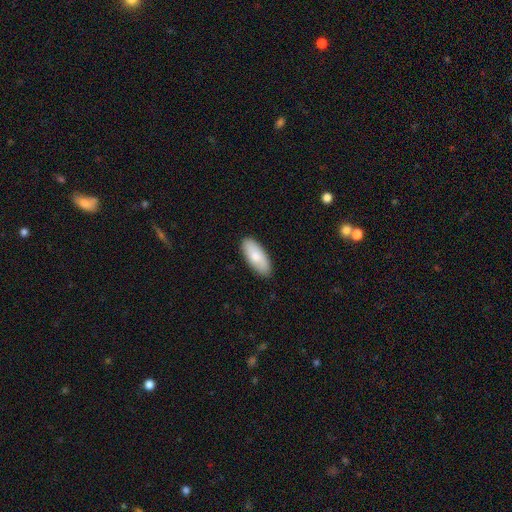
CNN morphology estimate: This is clearly a smooth galaxy (82%). How rounded: clearly in between (85%). Merging: clearly none (89%).